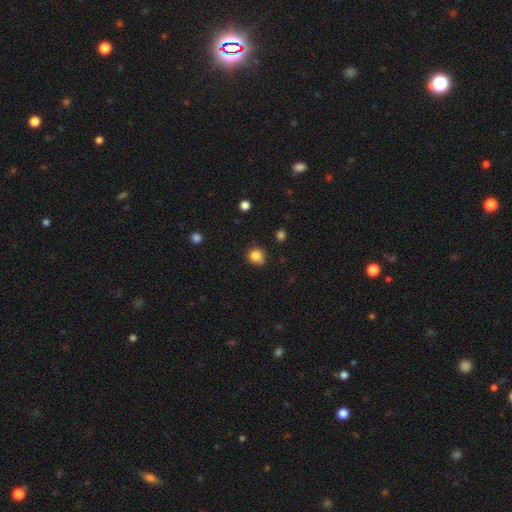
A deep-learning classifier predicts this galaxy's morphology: type=smooth (83%); roundness=round (82%); merging=none (69%).